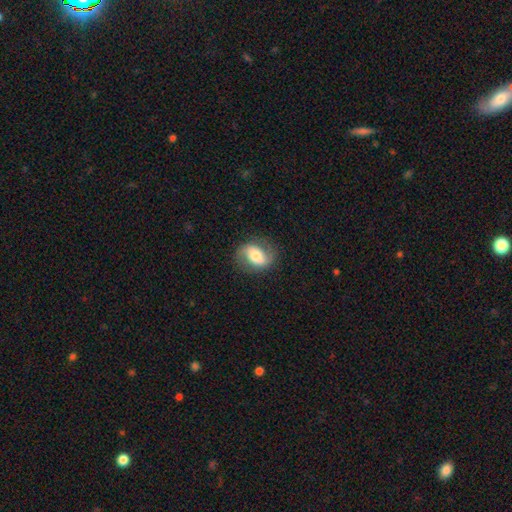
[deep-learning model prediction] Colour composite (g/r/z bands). It shows a featured or disk galaxy (59%) with no bar (36%, tied with weak), spiral arms (83%) and a moderate central bulge (56%). Merging: none (78%).